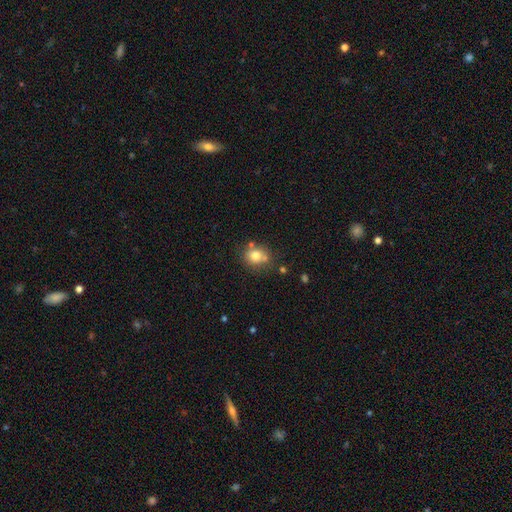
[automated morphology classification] smooth 76%, featured or disk 12%, star or artifact 12%. Down the decision tree: how rounded — round (72%); merging — none (61%).